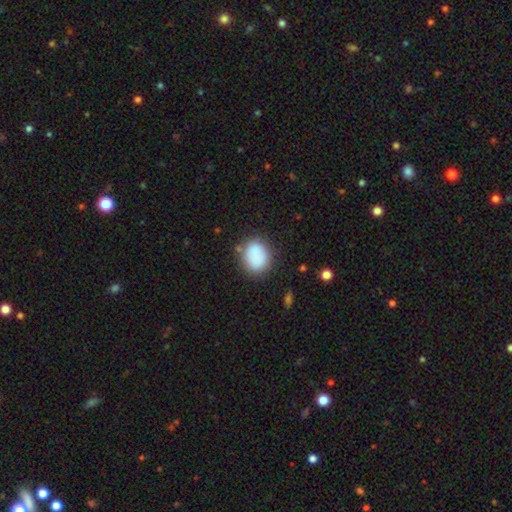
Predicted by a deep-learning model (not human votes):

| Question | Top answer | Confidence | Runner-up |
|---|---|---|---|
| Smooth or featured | smooth | 84% | star or artifact (8%) |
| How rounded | round | 57% | in between (42%) |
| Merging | none | 72% | minor disturbance (16%) |